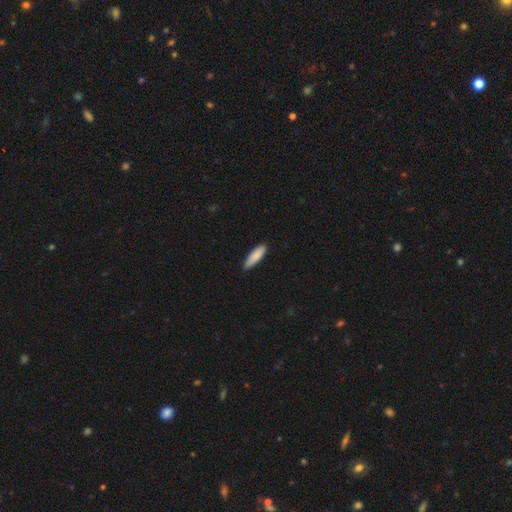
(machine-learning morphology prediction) Q: Smooth or featured?
A: smooth (86%); runner-up: featured or disk (9%)
Q: How rounded?
A: cigar-shaped (62%); runner-up: in between (37%)
Q: Merging?
A: none (83%); runner-up: minor disturbance (14%)